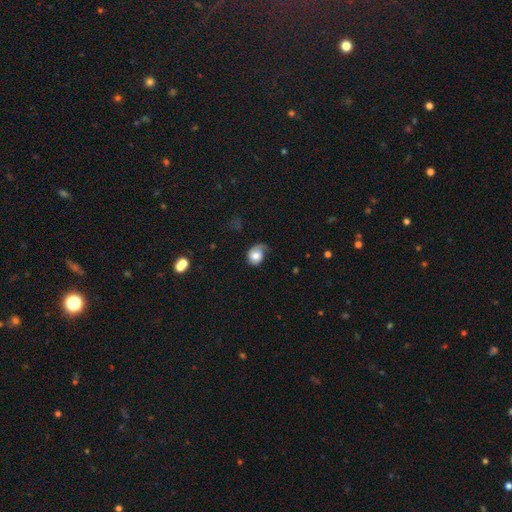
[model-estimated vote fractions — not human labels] smooth 67%, featured or disk 25%, star or artifact 8%. Down the decision tree: how rounded — in between (52%); merging — none (37%).